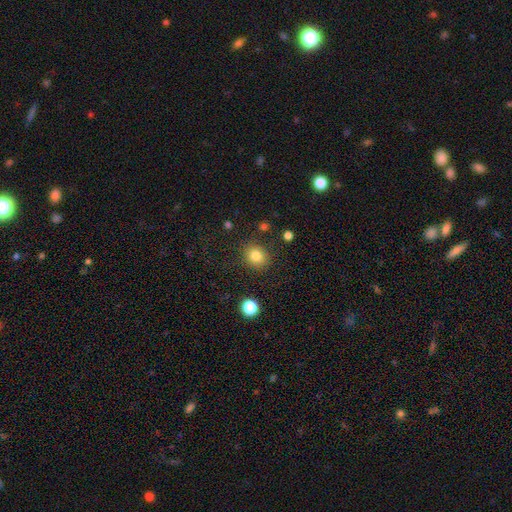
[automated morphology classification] This is clearly a smooth galaxy (82%). How rounded: likely round (73%). Merging: clearly none (86%).